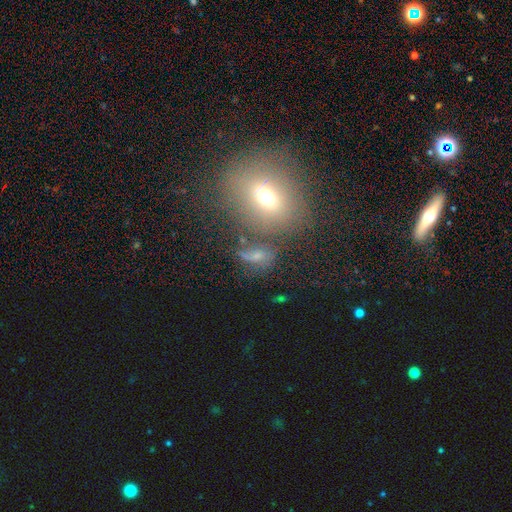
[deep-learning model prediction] Smooth or featured? smooth (41%)
Merging? none (59%)